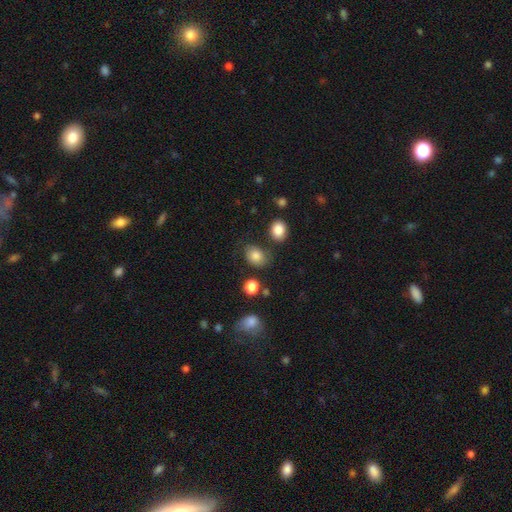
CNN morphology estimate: Overall: smooth (83%). How rounded: in between (58%; round 41%). Merging: none (69%).